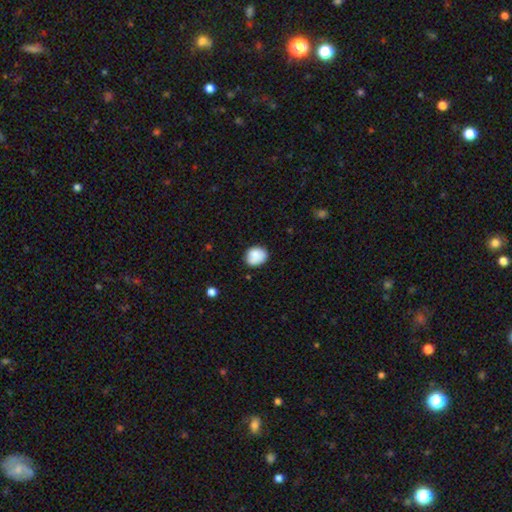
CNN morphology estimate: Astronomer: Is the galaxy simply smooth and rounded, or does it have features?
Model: smooth — 83%.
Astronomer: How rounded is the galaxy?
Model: round — 56% (runner-up: in between, 44%).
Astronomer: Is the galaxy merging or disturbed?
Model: none — 70%.